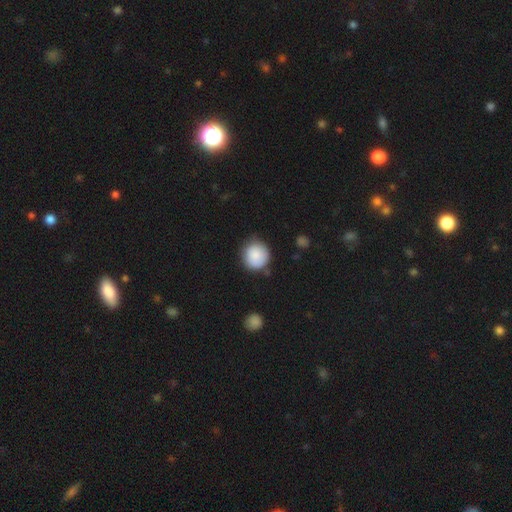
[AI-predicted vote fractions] Smooth or featured: smooth — 86% (star or artifact — 7%)
How rounded: round — 90% (in between — 9%)
Merging: none — 74% (minor disturbance — 19%)